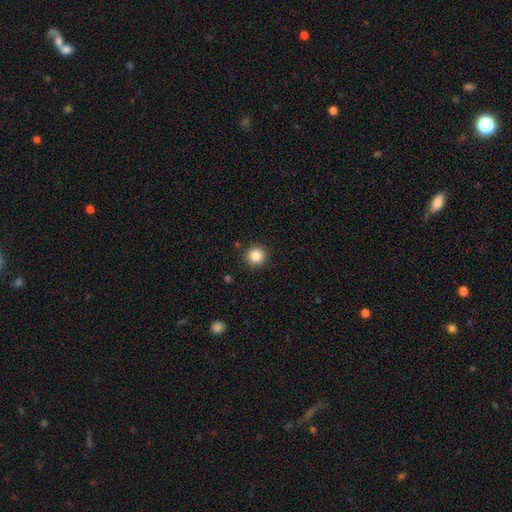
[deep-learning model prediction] A smooth galaxy with no disk features (86%) that is round (94%).

Vote fractions:
- Smooth or featured? smooth: 86% / star or artifact: 10% / featured or disk: 4%
- How rounded? round: 94% / in between: 5% / cigar-shaped: 1%
- Merging? none: 91% / minor disturbance: 6% / major disturbance: 2% / merger: 1%